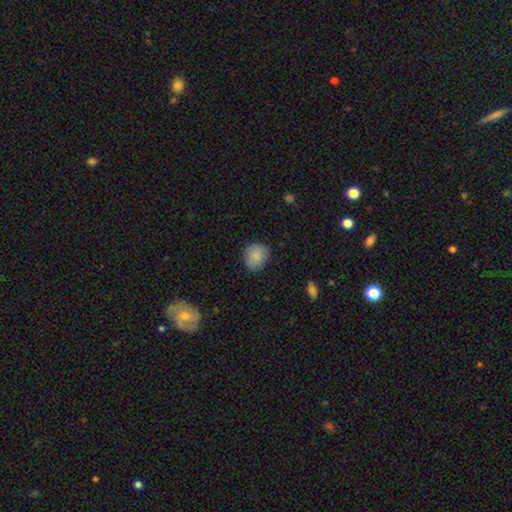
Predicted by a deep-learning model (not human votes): smooth_or_featured: smooth (p=0.85) [alt: star or artifact p=0.08]
how_rounded: round (p=0.75) [alt: in between p=0.24]
merging: none (p=0.79) [alt: minor disturbance p=0.16]